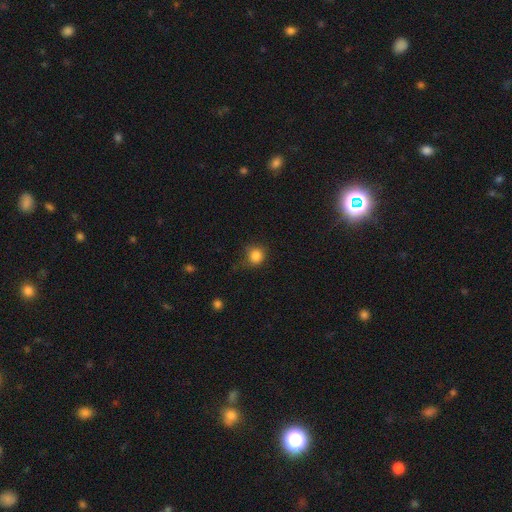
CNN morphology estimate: type=smooth (84%); roundness=round (89%); merging=none (68%).